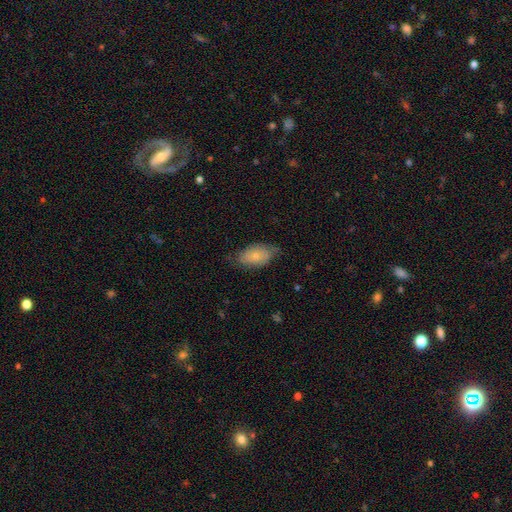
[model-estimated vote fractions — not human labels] smooth-or-featured: smooth: 68% | featured or disk: 26% | star or artifact: 6%
  how-rounded: in between: 93% | round: 4% | cigar-shaped: 3%
  merging: none: 63% | minor disturbance: 28% | major disturbance: 7% | merger: 1%